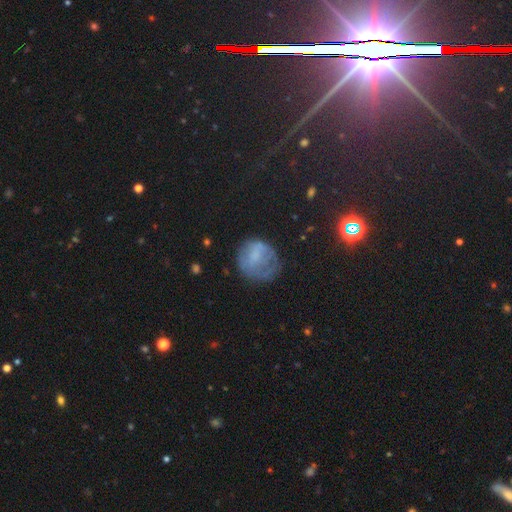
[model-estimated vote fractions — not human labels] The model was most divided on "smooth or featured": smooth: 53%, featured or disk: 33%, star or artifact: 15%. Remaining: how rounded — round (78%); merging — none (49%).